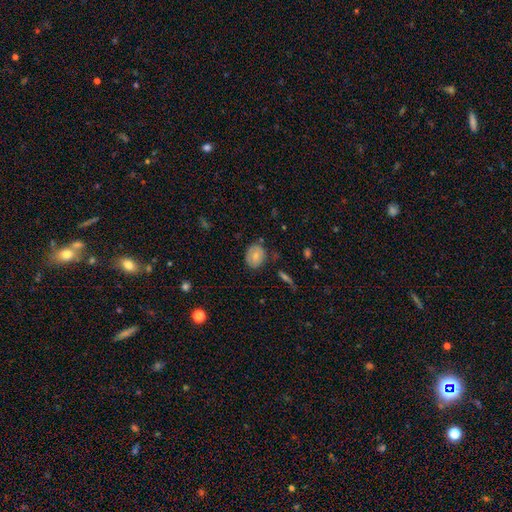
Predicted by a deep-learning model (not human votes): The model was most divided on "how rounded": in between: 52%, round: 46%, cigar-shaped: 1%. More confident: merging — none (75%); smooth or featured — smooth (71%).